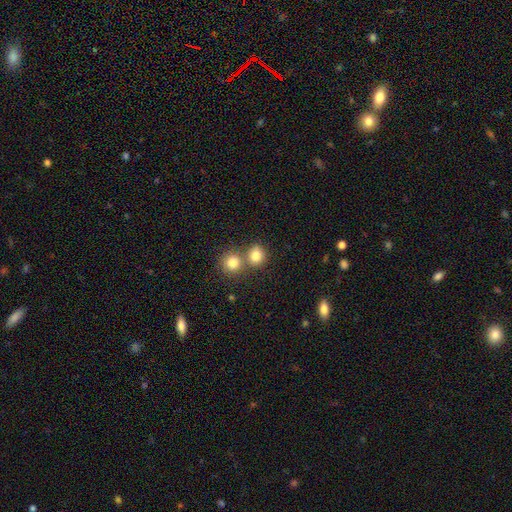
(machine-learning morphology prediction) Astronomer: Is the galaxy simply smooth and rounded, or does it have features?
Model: smooth — 81%.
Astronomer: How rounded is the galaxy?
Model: round — 80%.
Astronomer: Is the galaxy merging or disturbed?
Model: none — 53% (runner-up: merger, 36%).